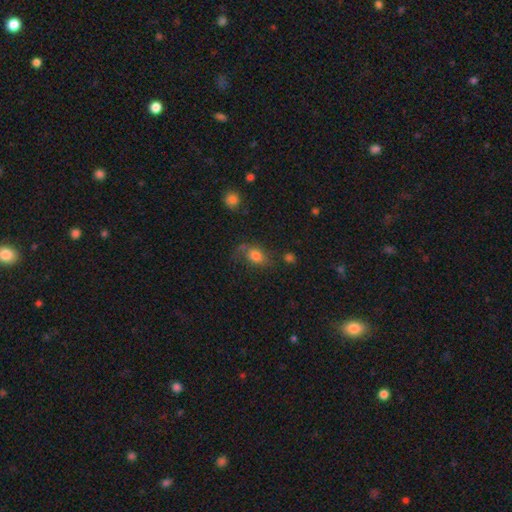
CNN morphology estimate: Q: Smooth or featured?
A: smooth (69%); runner-up: featured or disk (19%)
Q: How rounded?
A: in between (65%); runner-up: round (33%)
Q: Merging?
A: none (47%); runner-up: major disturbance (24%)